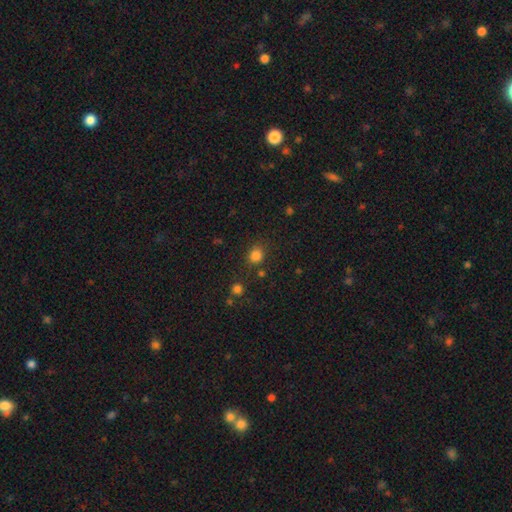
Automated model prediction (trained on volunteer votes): smooth 82%, star or artifact 14%, featured or disk 4%. Down the decision tree: how rounded — round (72%); merging — none (78%).